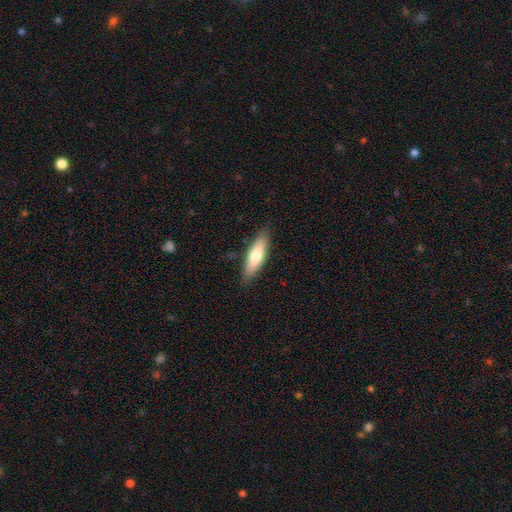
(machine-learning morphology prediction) The model was most divided on "how rounded": cigar-shaped: 55%, in between: 43%, round: 2%. More confident: merging — none (85%); smooth or featured — smooth (66%).